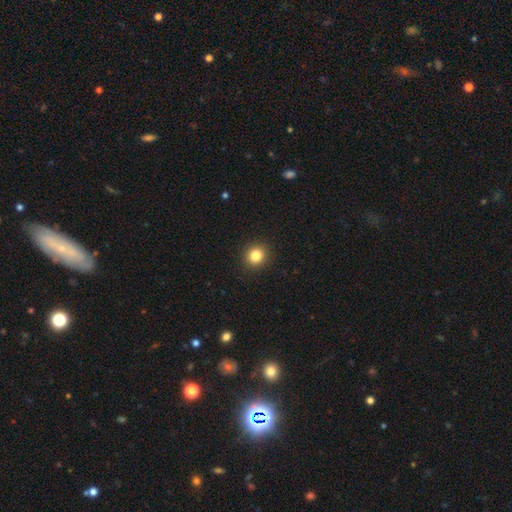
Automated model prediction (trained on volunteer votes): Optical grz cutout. It shows a smooth galaxy with no disk features (83%) that is round (88%). Merging: none (92%).